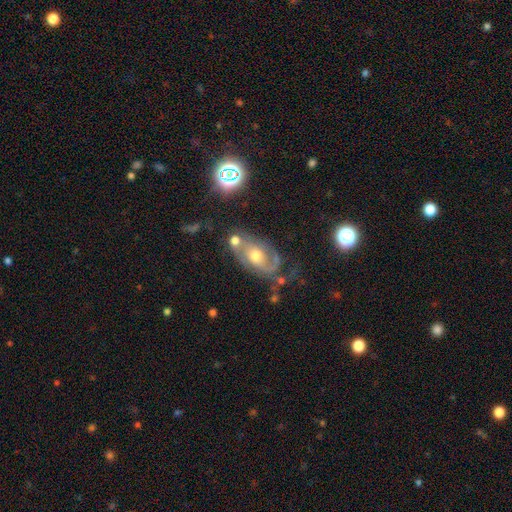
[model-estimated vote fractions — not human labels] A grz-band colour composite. It shows a featured or disk galaxy (71%) with no bar (67%), 2 (60%) medium (44%) spiral arms (81%) and a moderate central bulge (71%). Merging: none (45%).